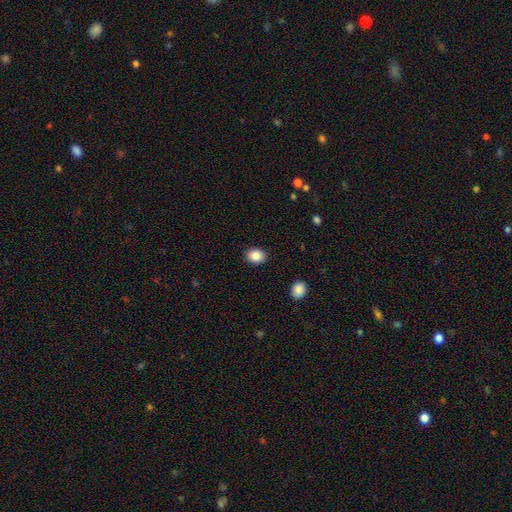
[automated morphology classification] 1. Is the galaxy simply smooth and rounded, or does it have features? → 87% smooth, 9% star or artifact, 4% featured or disk.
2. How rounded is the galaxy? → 53% round, 46% in between, 1% cigar-shaped.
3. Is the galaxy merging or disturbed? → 90% none, 7% minor disturbance, 2% major disturbance, 1% merger.